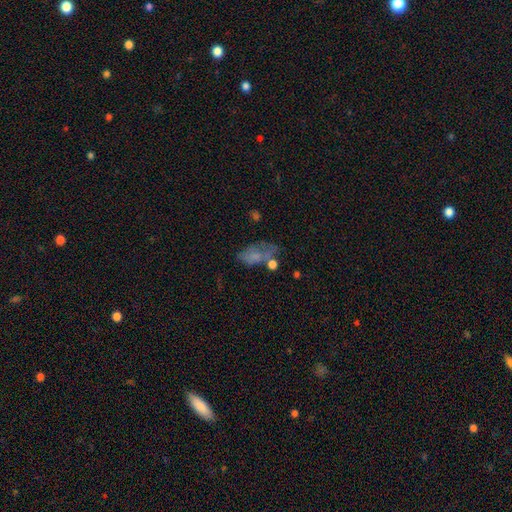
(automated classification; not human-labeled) smooth-or-featured: smooth: 53% | featured or disk: 30% | star or artifact: 17%
  how-rounded: in between: 86% | round: 10% | cigar-shaped: 4%
  merging: none: 32% | major disturbance: 27% | minor disturbance: 23% | merger: 18%